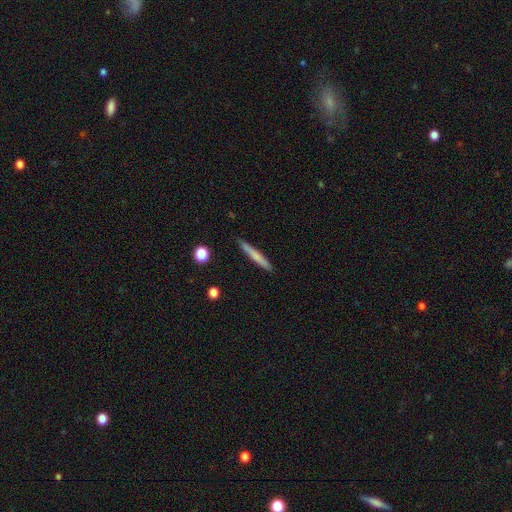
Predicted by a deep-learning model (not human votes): This is likely a smooth galaxy (66%). How rounded: clearly cigar-shaped (95%). Merging: clearly none (89%).